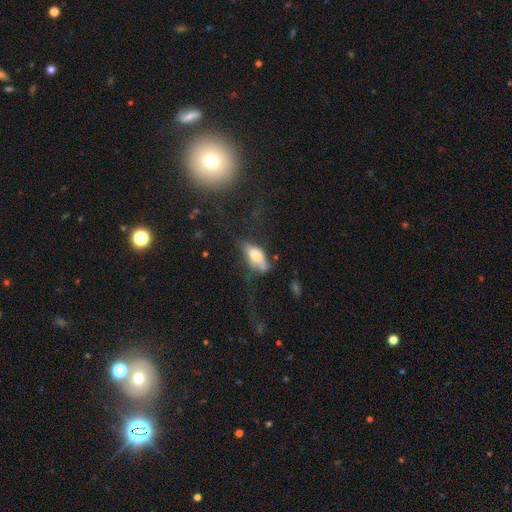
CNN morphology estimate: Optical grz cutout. It shows a smooth galaxy with no disk features (66%) that is in between round and cigar-shaped (82%). Merging: none (46%).